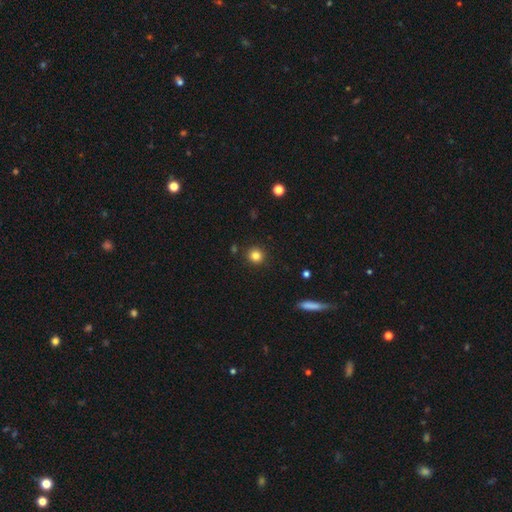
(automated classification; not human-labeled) smooth_or_featured: smooth (p=0.82) [alt: star or artifact p=0.12]
how_rounded: round (p=0.93) [alt: in between p=0.06]
merging: none (p=0.90) [alt: minor disturbance p=0.06]